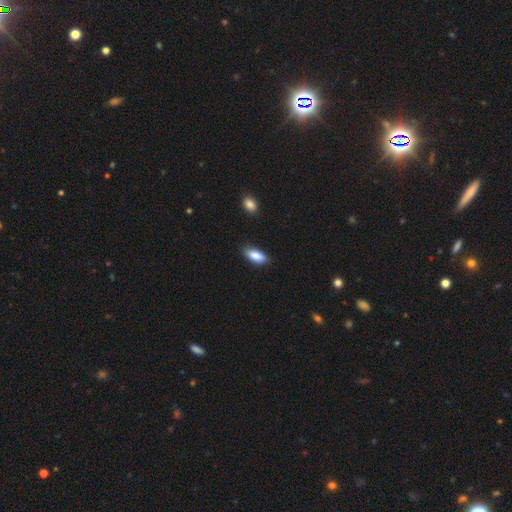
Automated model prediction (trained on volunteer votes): The model was most divided on "how rounded": in between: 83%, cigar-shaped: 15%, round: 2%. More confident: smooth or featured — smooth (87%); merging — none (82%).